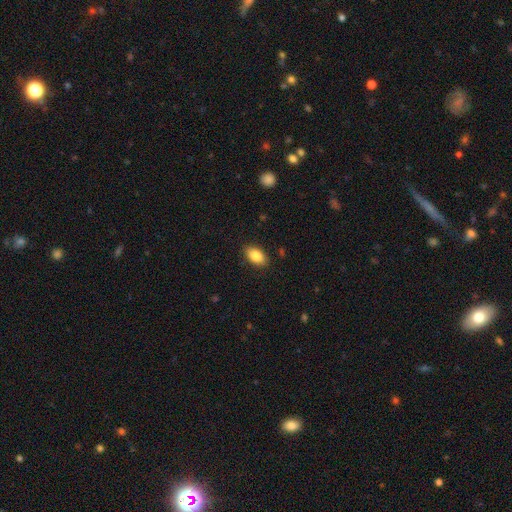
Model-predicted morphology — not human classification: Smooth or featured? smooth (87%)
How rounded? in between (92%)
Merging? none (88%)